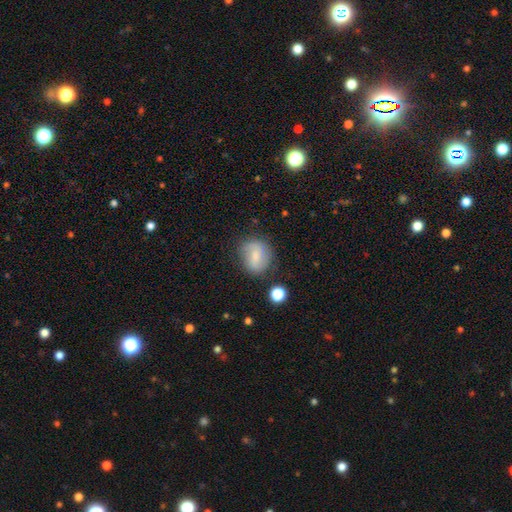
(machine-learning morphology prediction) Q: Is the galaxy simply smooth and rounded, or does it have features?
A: smooth — 67%.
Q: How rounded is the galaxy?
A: round — 60%.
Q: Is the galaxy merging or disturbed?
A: none — 68%.